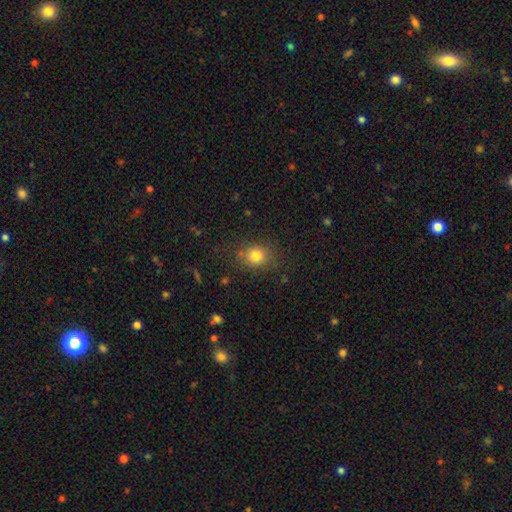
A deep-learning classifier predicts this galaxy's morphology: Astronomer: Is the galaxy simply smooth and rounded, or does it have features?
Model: smooth — 80%.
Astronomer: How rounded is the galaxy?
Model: round — 65%.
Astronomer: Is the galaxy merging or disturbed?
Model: none — 79%.